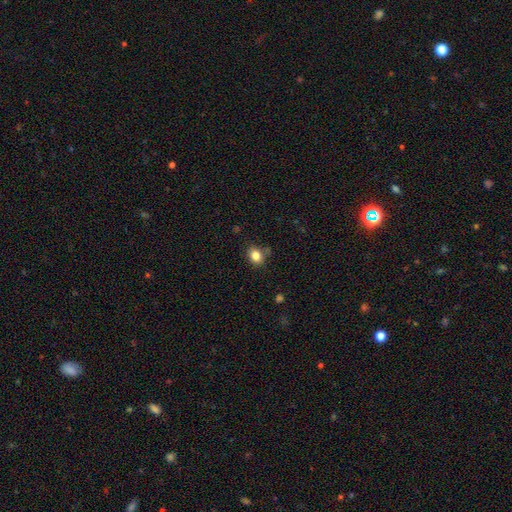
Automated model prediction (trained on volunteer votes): This appears to be a smooth galaxy with no disk features (83%) that is round (54%). Merging: none (78%).